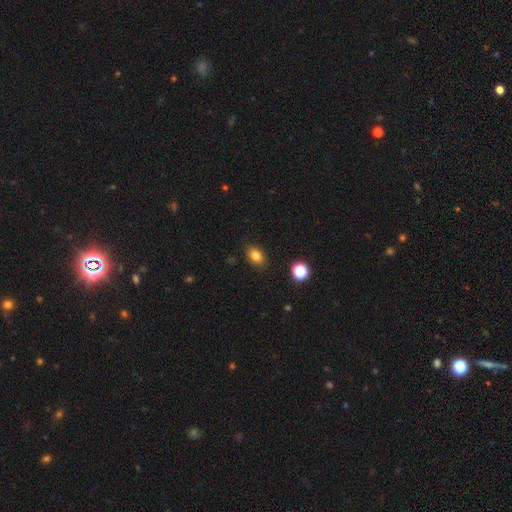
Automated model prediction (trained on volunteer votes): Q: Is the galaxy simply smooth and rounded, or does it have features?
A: smooth — 81%.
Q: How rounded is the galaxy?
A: in between — 77%.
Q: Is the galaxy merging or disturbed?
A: none — 86%.